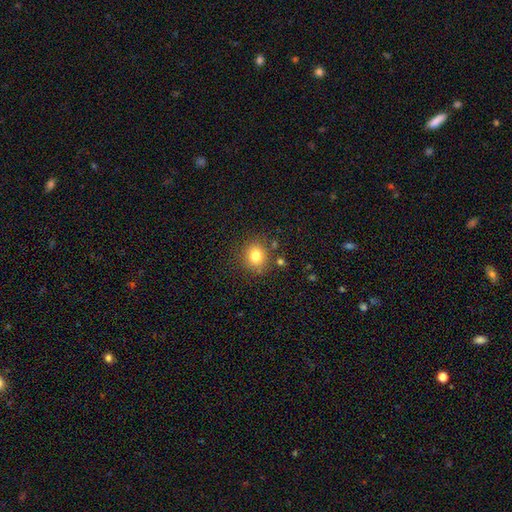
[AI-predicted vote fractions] Smooth or featured?
  - smooth: 79% *
  - star or artifact: 13%
  - featured or disk: 9%
How rounded?
  - round: 82% *
  - in between: 17%
  - cigar-shaped: 1%
Merging?
  - none: 82% *
  - minor disturbance: 10%
  - merger: 5%
  - major disturbance: 3%